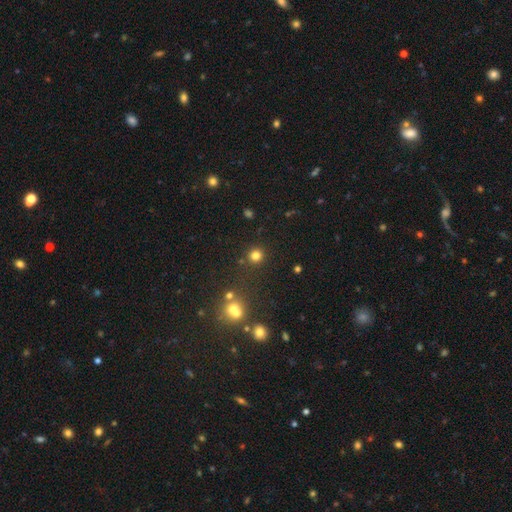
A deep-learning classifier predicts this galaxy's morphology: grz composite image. It shows a smooth galaxy with no disk features (77%) that is round (93%). Merging: none (86%).